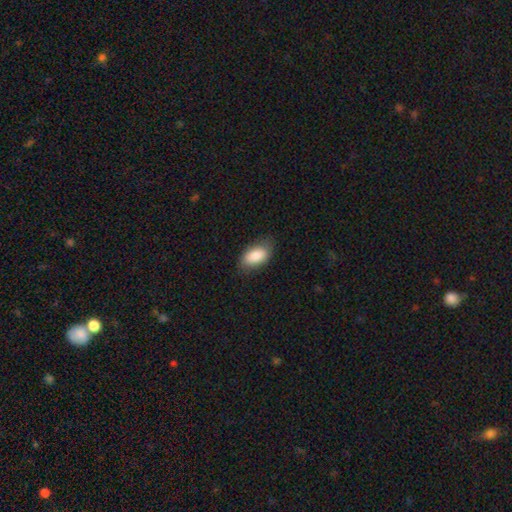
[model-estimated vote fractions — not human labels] smooth-or-featured: smooth: 86% | featured or disk: 8% | star or artifact: 6%
  how-rounded: in between: 93% | round: 4% | cigar-shaped: 3%
  merging: none: 76% | minor disturbance: 19% | major disturbance: 4% | merger: 1%